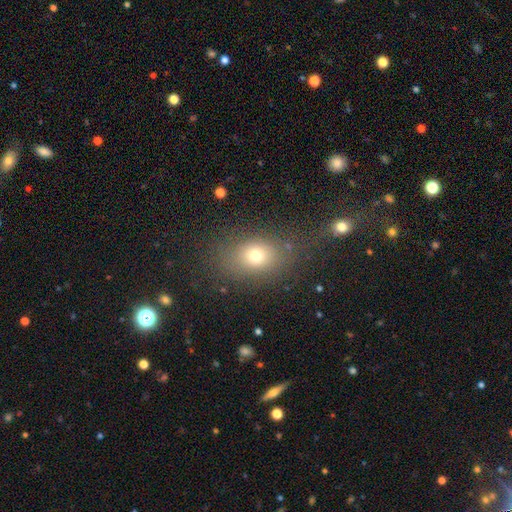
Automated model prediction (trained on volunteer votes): The model was most divided on "how rounded": in between: 59%, round: 39%, cigar-shaped: 2%. More confident: smooth or featured — smooth (72%); merging — none (70%).